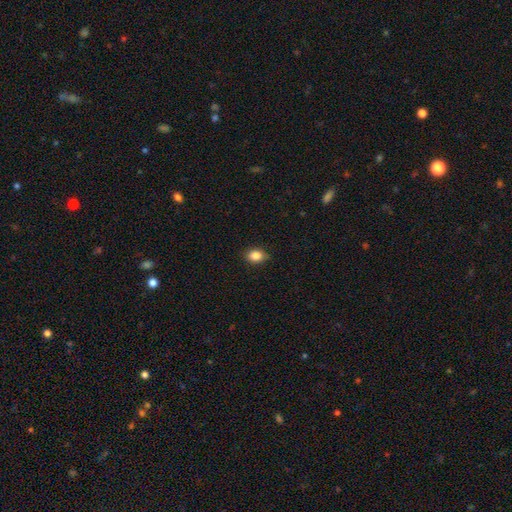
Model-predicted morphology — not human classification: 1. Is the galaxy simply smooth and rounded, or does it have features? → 86% smooth, 9% star or artifact, 5% featured or disk.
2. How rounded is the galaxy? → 64% in between, 35% round, 1% cigar-shaped.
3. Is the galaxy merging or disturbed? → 84% none, 13% minor disturbance, 2% major disturbance, 1% merger.